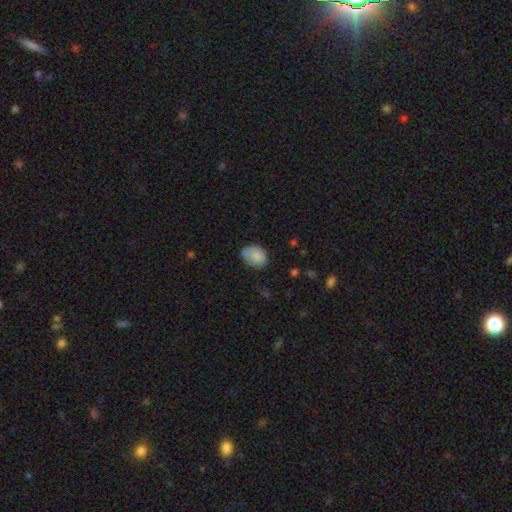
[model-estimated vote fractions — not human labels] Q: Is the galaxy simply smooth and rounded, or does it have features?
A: smooth — 78%.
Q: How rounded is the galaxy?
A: in between — 71%.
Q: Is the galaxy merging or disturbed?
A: none — 58%.